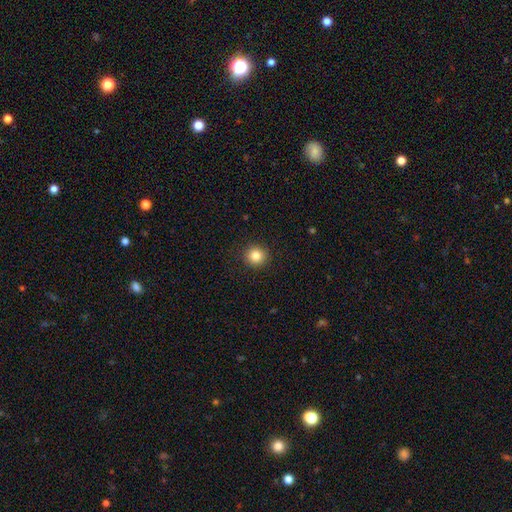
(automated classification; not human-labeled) Overall: smooth (84%). How rounded: round (93%). Merging: none (92%).